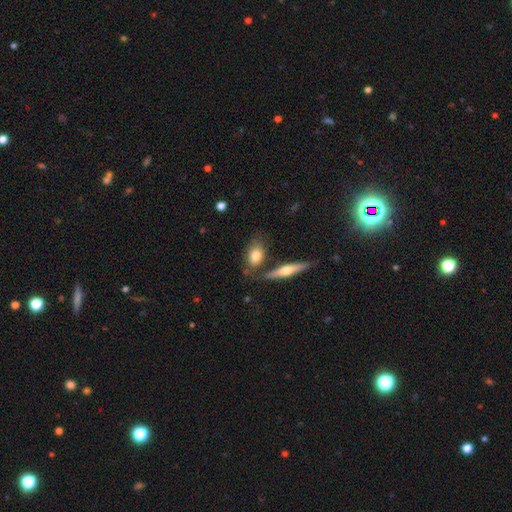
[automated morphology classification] A smooth galaxy with no disk features (73%) that is in between round and cigar-shaped (80%). Merging: none (61%).